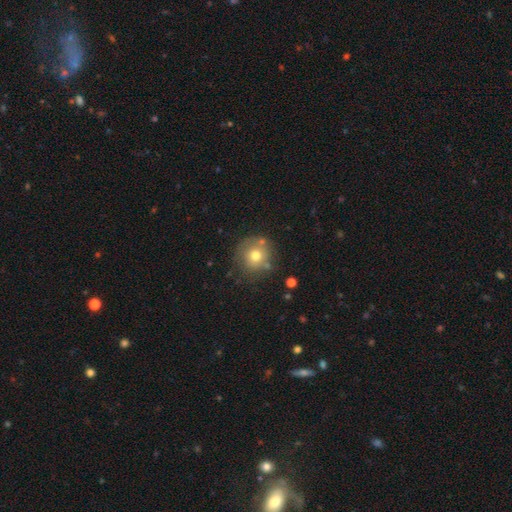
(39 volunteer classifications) Overall: smooth (69%). How rounded: round (93%). Merging: none (77%).